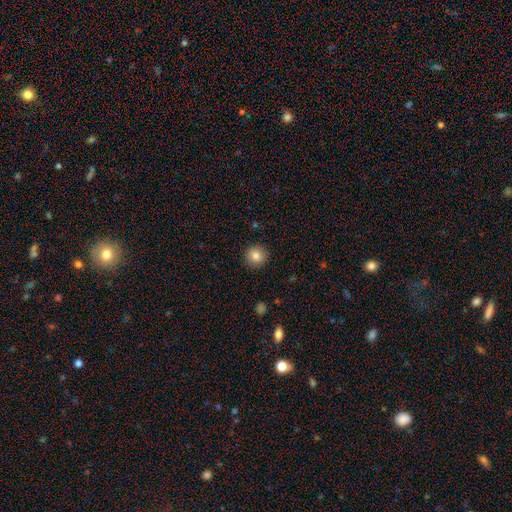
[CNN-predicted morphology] Q: Smooth or featured?
A: smooth (83%); runner-up: star or artifact (10%)
Q: How rounded?
A: round (93%); runner-up: in between (6%)
Q: Merging?
A: none (91%); runner-up: minor disturbance (6%)